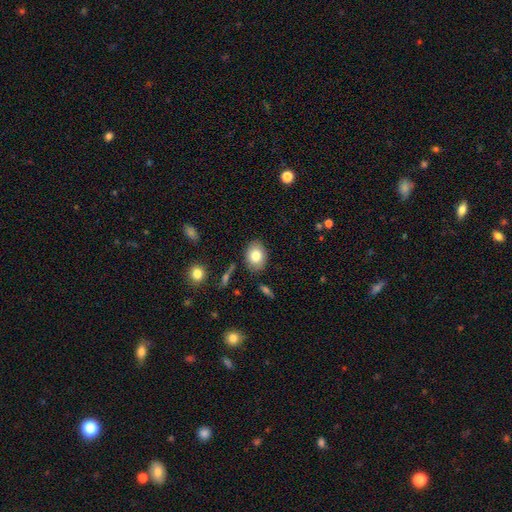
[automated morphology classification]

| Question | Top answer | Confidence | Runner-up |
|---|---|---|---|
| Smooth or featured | smooth | 79% | featured or disk (13%) |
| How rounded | in between | 72% | round (27%) |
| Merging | none | 84% | minor disturbance (11%) |